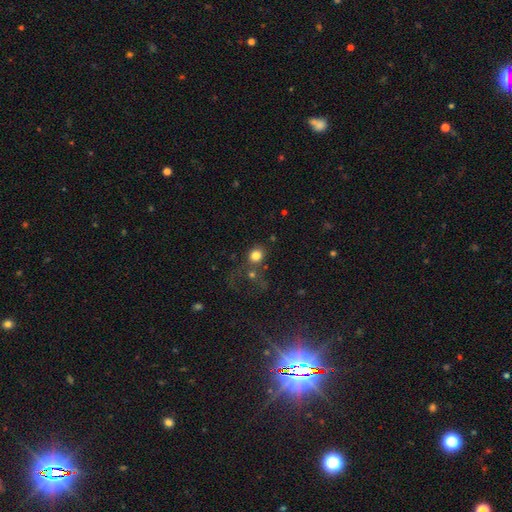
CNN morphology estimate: Overall: smooth (79%). How rounded: round (76%). Merging: none (55%; merger 24%).